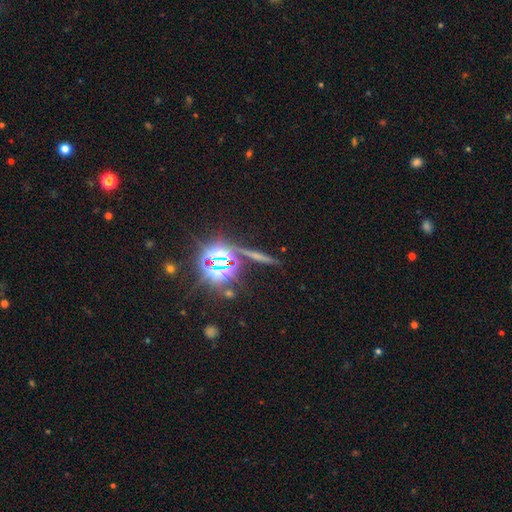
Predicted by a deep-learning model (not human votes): Smooth or featured? Predicted: star or artifact (p=0.45).